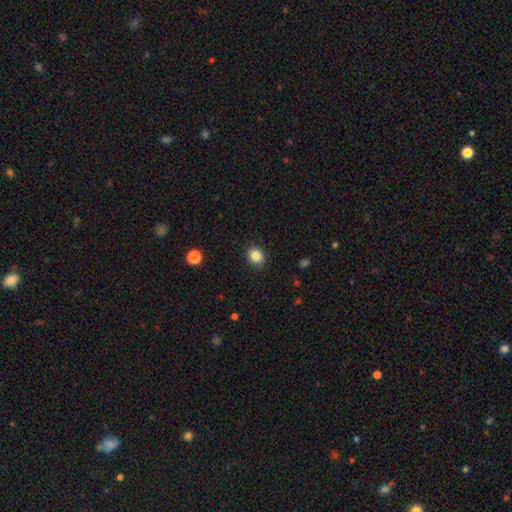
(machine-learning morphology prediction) The model was most divided on "how rounded": round: 56%, in between: 43%, cigar-shaped: 1%. More confident: merging — none (89%); smooth or featured — smooth (85%).